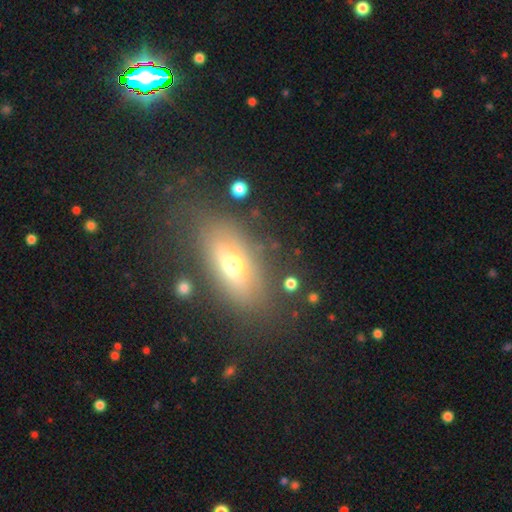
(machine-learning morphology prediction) The model was most divided on "smooth or featured": smooth: 50%, featured or disk: 35%, star or artifact: 14%. More confident: how rounded — in between (76%); merging — none (74%).